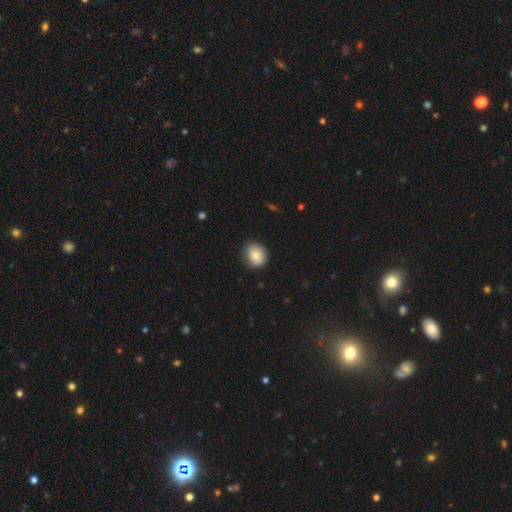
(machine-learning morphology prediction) A smooth galaxy with no disk features (81%) that is round (68%). Merging: none (81%).